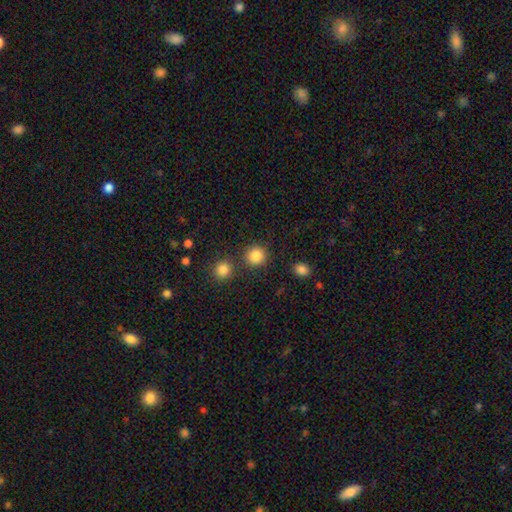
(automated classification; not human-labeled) Overall: smooth (86%). How rounded: round (92%). Merging: none (84%).